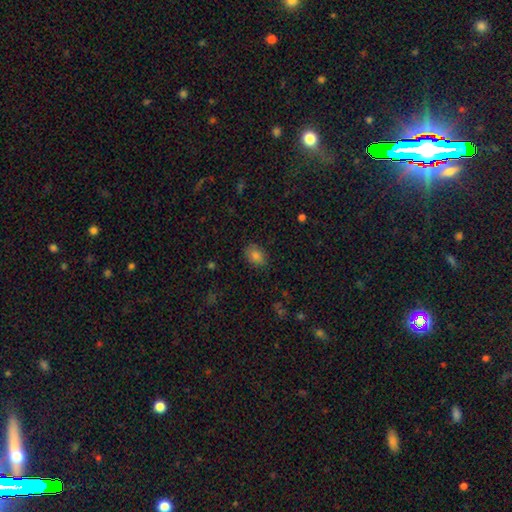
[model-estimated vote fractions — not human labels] Q: Smooth or featured?
A: smooth (79%); runner-up: star or artifact (13%)
Q: How rounded?
A: in between (74%); runner-up: round (25%)
Q: Merging?
A: none (82%); runner-up: minor disturbance (14%)